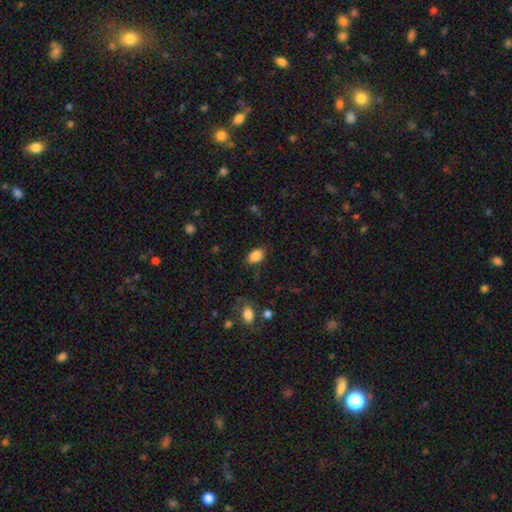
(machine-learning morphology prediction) Smooth or featured? smooth (87%)
How rounded? in between (89%)
Merging? none (82%)